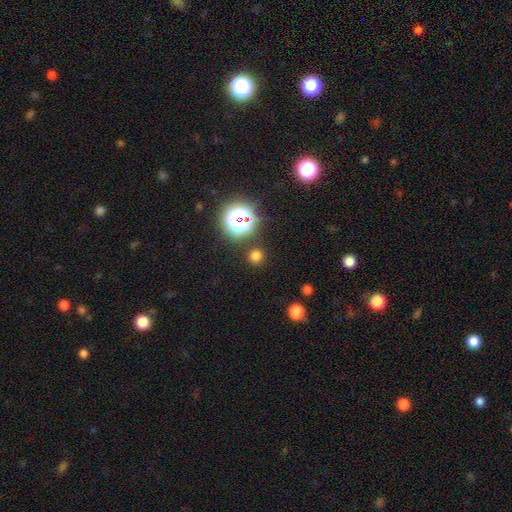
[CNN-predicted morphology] This is likely a smooth galaxy (70%). How rounded: clearly round (93%). Merging: clearly none (88%).